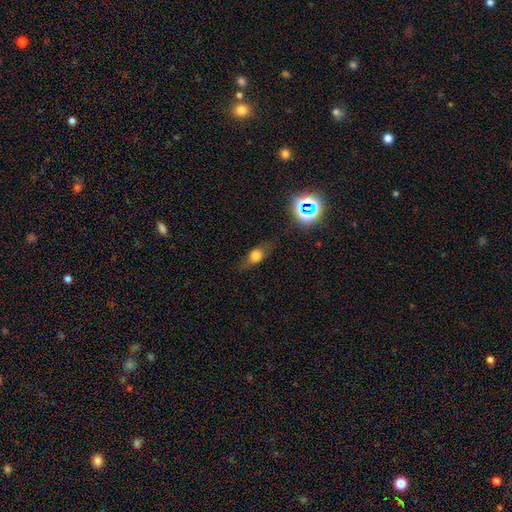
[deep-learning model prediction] This appears to be a smooth galaxy with no disk features (57%) that is in between round and cigar-shaped (58%). Merging: none (74%).